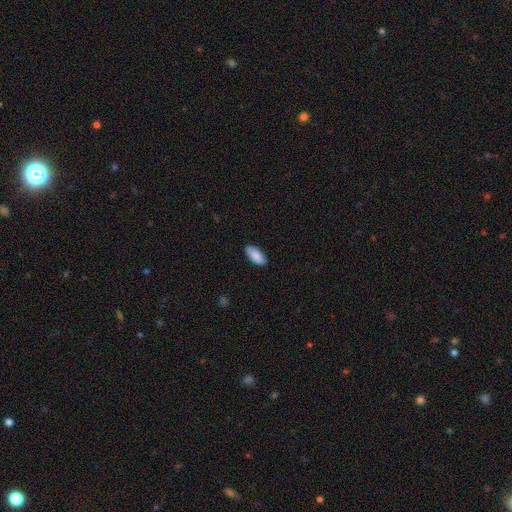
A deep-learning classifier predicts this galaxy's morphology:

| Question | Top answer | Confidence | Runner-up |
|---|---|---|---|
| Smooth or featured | smooth | 89% | star or artifact (6%) |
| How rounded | in between | 90% | cigar-shaped (8%) |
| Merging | none | 88% | minor disturbance (9%) |